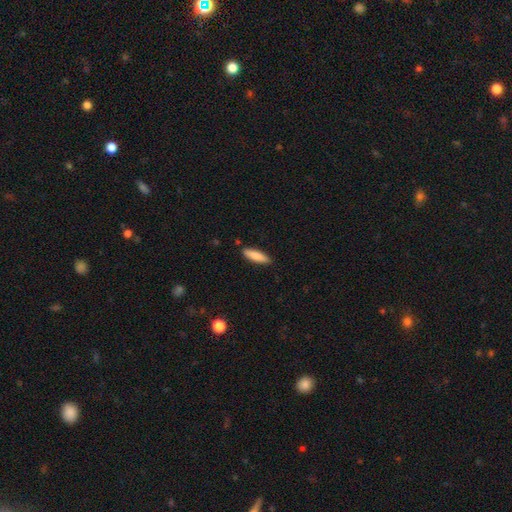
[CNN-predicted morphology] Smooth or featured?
  - smooth: 83% *
  - featured or disk: 11%
  - star or artifact: 6%
How rounded?
  - cigar-shaped: 61% *
  - in between: 38%
  - round: 2%
Merging?
  - none: 86% *
  - minor disturbance: 11%
  - major disturbance: 2%
  - merger: 1%